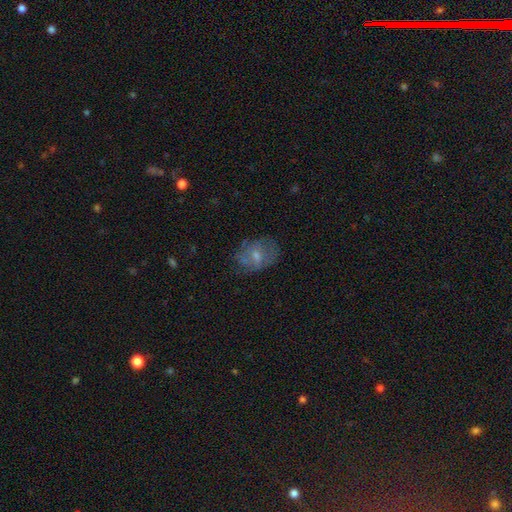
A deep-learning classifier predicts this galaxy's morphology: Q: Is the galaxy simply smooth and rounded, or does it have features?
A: smooth — 53%.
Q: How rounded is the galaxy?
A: in between — 66%.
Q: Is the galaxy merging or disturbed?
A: none — 58%.